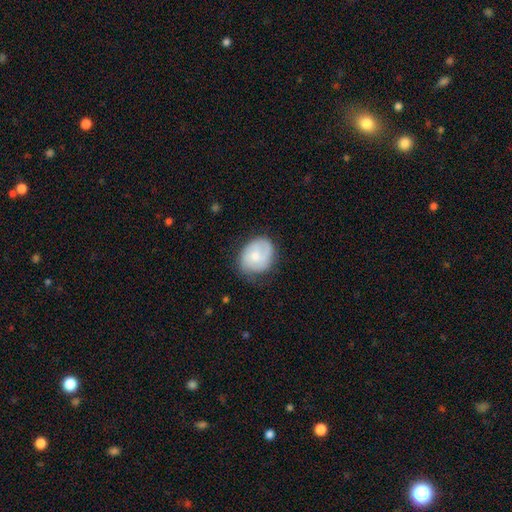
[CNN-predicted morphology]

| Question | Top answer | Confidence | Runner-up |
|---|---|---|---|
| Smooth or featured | smooth | 48% | featured or disk (45%) |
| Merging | none | 65% | minor disturbance (26%) |